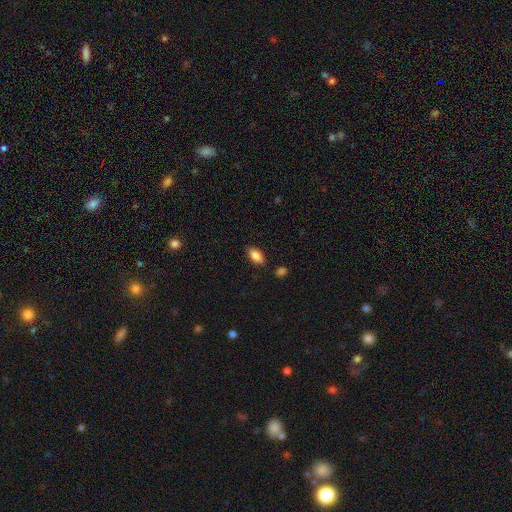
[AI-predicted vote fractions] A smooth galaxy with no disk features (87%) that is in between round and cigar-shaped (91%).

Vote fractions:
- Smooth or featured? smooth: 87% / star or artifact: 8% / featured or disk: 6%
- How rounded? in between: 91% / cigar-shaped: 5% / round: 4%
- Merging? none: 84% / minor disturbance: 11% / major disturbance: 3% / merger: 2%